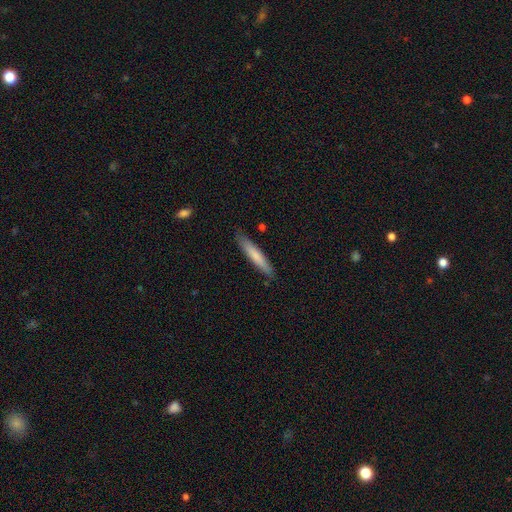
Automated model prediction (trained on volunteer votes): Smooth or featured?
  - smooth: 71% *
  - featured or disk: 24%
  - star or artifact: 6%
How rounded?
  - cigar-shaped: 92% *
  - in between: 7%
  - round: 1%
Merging?
  - none: 86% *
  - minor disturbance: 11%
  - major disturbance: 2%
  - merger: 1%